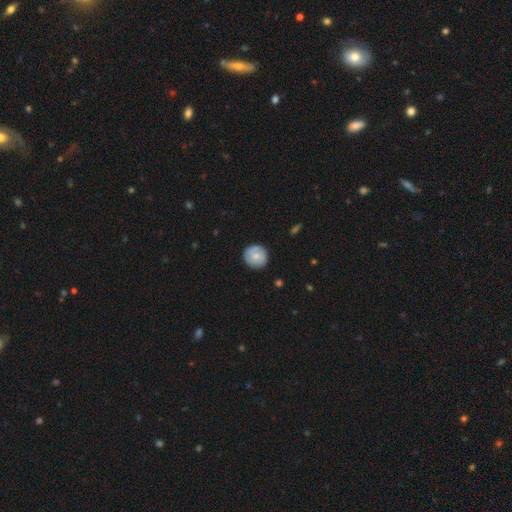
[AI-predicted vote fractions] Overall: smooth (54%; featured or disk 40%). How rounded: round (90%). Merging: none (83%).